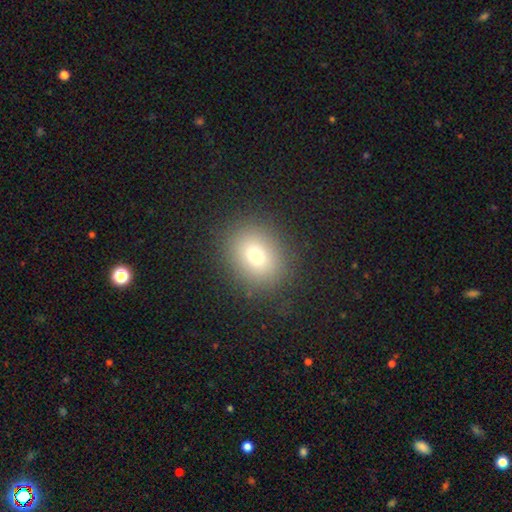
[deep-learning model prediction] Smooth or featured? Predicted: smooth (p=0.74). How rounded? Predicted: round (p=0.64). Merging? Predicted: none (p=0.86).